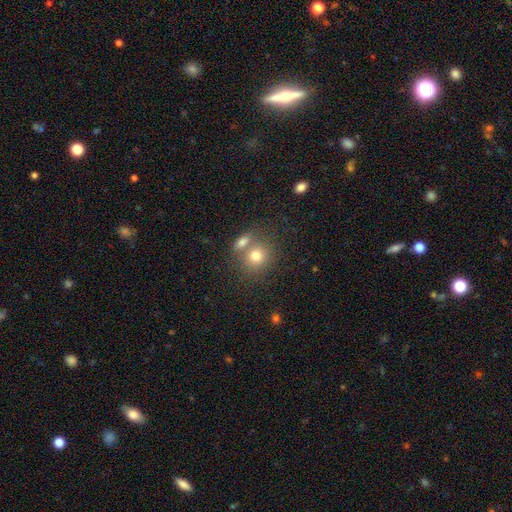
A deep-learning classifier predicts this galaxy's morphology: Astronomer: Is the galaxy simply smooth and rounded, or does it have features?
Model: smooth — 76%.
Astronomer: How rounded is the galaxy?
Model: round — 79%.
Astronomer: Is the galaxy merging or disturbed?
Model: none — 53% (runner-up: merger, 35%).